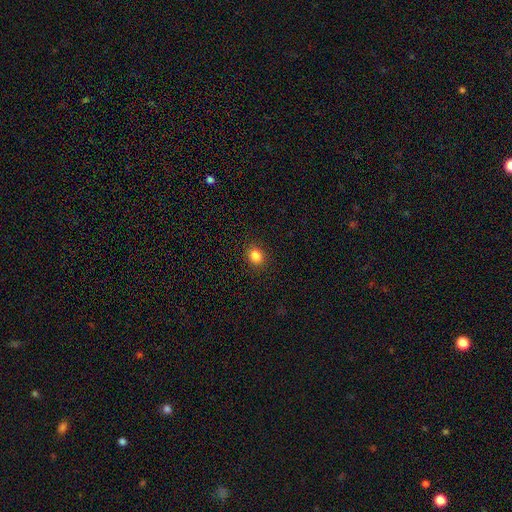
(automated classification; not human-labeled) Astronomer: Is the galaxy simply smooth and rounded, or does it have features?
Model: smooth — 85%.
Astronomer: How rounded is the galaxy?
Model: round — 69%.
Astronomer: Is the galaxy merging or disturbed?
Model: none — 90%.